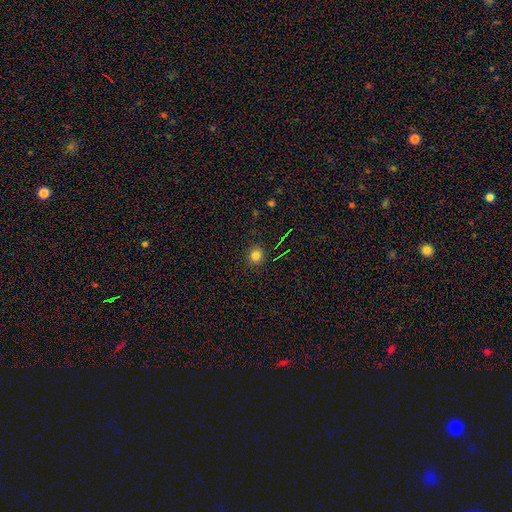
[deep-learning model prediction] Q: Smooth or featured?
A: smooth (80%); runner-up: star or artifact (15%)
Q: How rounded?
A: round (88%); runner-up: in between (11%)
Q: Merging?
A: none (90%); runner-up: minor disturbance (7%)